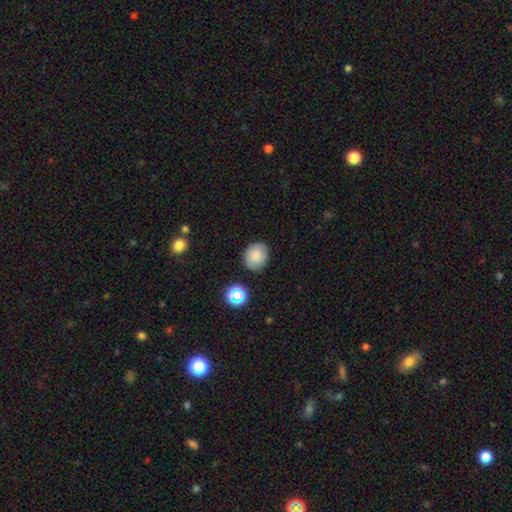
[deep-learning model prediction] Q: Smooth or featured?
A: smooth (84%); runner-up: star or artifact (10%)
Q: How rounded?
A: round (69%); runner-up: in between (30%)
Q: Merging?
A: none (86%); runner-up: minor disturbance (9%)